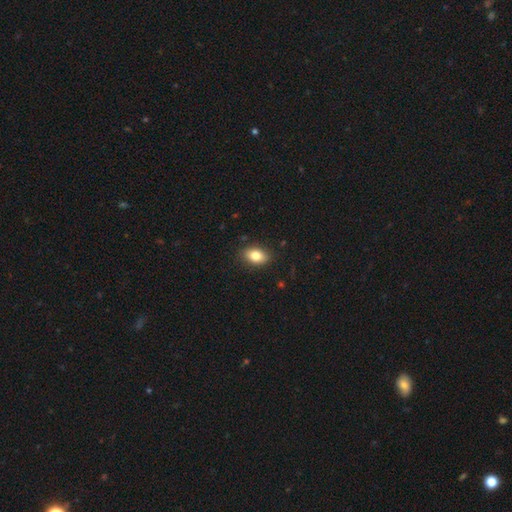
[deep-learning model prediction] This appears to be a smooth galaxy with no disk features (81%) that is in between round and cigar-shaped (83%). Merging: none (87%).